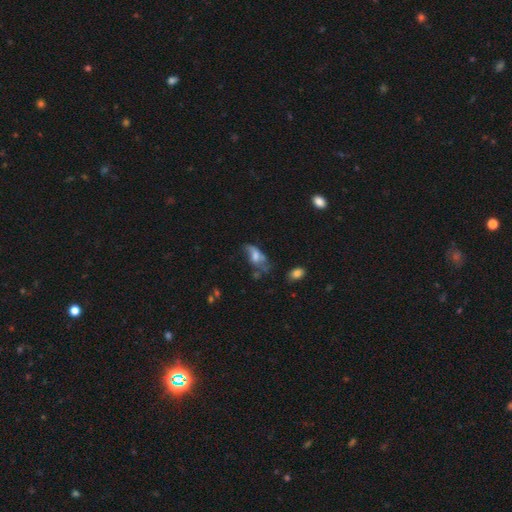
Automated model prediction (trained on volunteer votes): Smooth or featured?
  - smooth: 44% * (tied)
  - featured or disk: 44% * (tied)
  - star or artifact: 11%
Merging?
  - major disturbance: 34% *
  - none: 30%
  - minor disturbance: 27%
  - merger: 9%